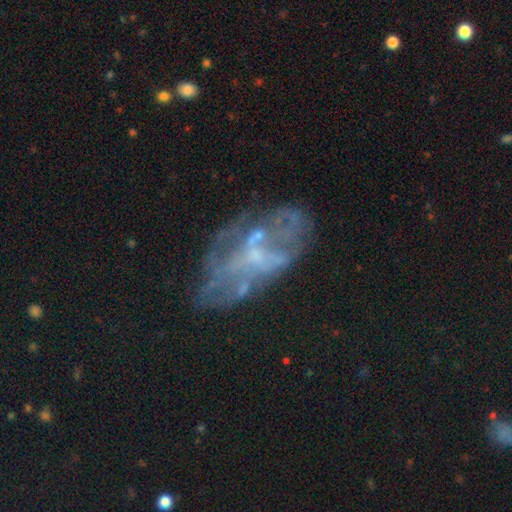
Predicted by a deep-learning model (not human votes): The model was most divided on "bulge size": small: 48%, none: 36%, moderate: 14%, large: 1%, dominant: 1%. Remaining: edge-on disk — no (95%); bar — no (76%); spiral arms — no (70%); smooth or featured — featured or disk (68%); merging — none (48%).